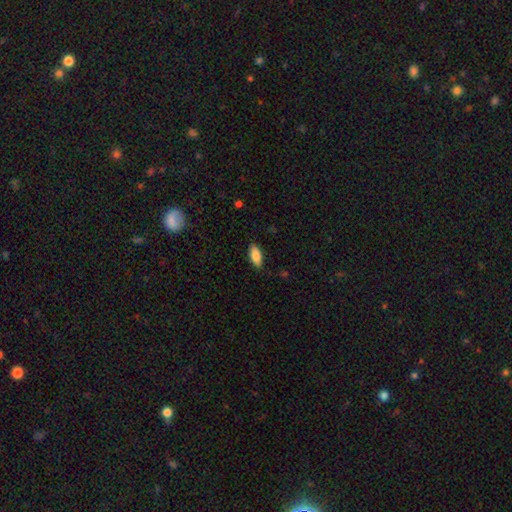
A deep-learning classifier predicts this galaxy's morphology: smooth-or-featured: smooth: 84% | featured or disk: 9% | star or artifact: 6%
  how-rounded: in between: 84% | cigar-shaped: 14% | round: 2%
  merging: none: 87% | minor disturbance: 10% | major disturbance: 2% | merger: 1%